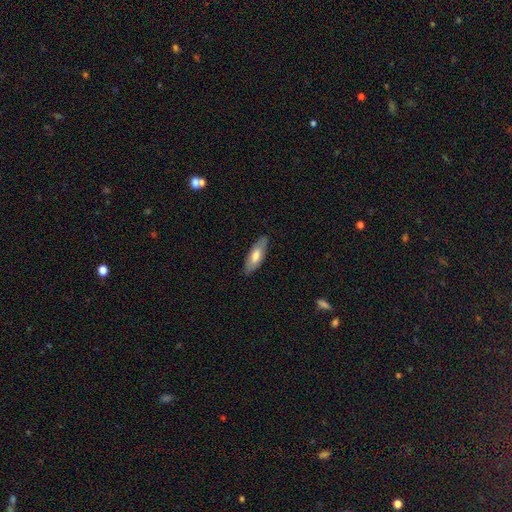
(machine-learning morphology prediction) Smooth or featured? Predicted: smooth (p=0.68). How rounded? Predicted: in between (p=0.66). Merging? Predicted: none (p=0.84).